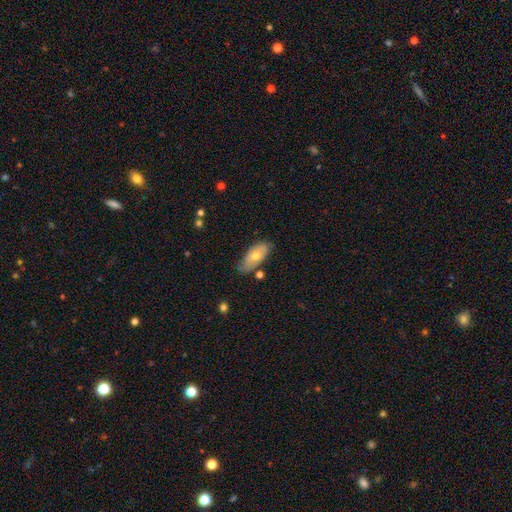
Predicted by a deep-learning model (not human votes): Smooth or featured?
  - smooth: 56% *
  - featured or disk: 38%
  - star or artifact: 6%
How rounded?
  - in between: 88% *
  - cigar-shaped: 8%
  - round: 4%
Merging?
  - none: 70% *
  - minor disturbance: 22%
  - major disturbance: 4%
  - merger: 4%